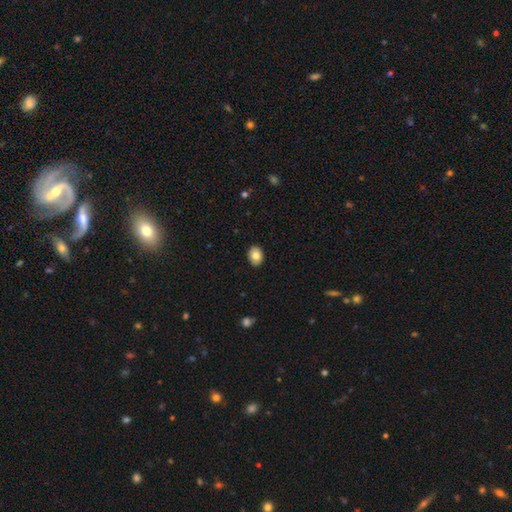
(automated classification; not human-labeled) smooth_or_featured: smooth (p=0.82) [alt: featured or disk p=0.10]
how_rounded: in between (p=0.70) [alt: round p=0.29]
merging: none (p=0.90) [alt: minor disturbance p=0.07]